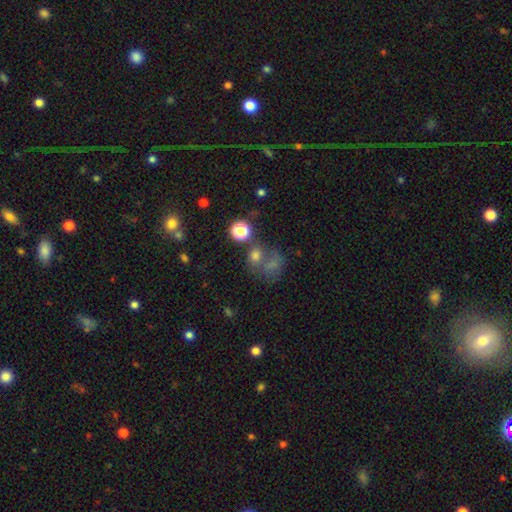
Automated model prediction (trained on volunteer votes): smooth-or-featured: smooth: 61% | star or artifact: 25% | featured or disk: 14%
  how-rounded: round: 71% | in between: 28% | cigar-shaped: 1%
  merging: none: 43% | merger: 35% | major disturbance: 12% | minor disturbance: 11%